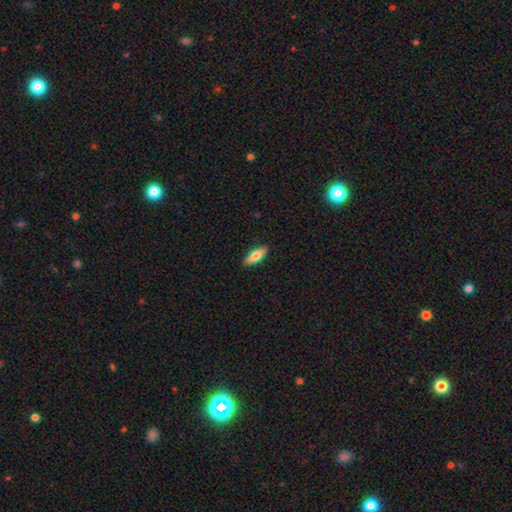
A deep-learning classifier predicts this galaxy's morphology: Overall: smooth (64%; featured or disk 30%). How rounded: in between (52%; cigar-shaped 46%). Merging: none (90%).